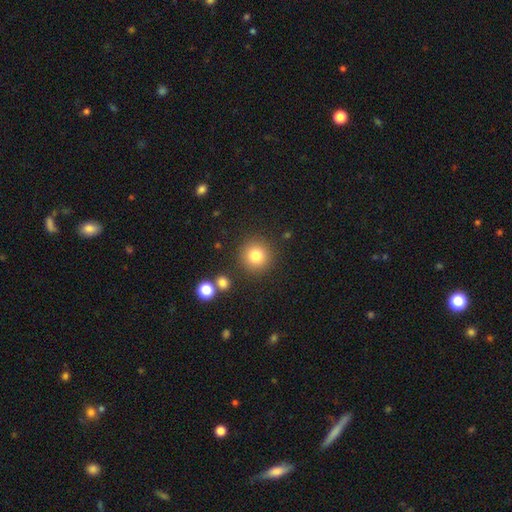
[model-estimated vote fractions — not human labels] A smooth galaxy with no disk features (81%) that is round (94%). Merging: none (87%).